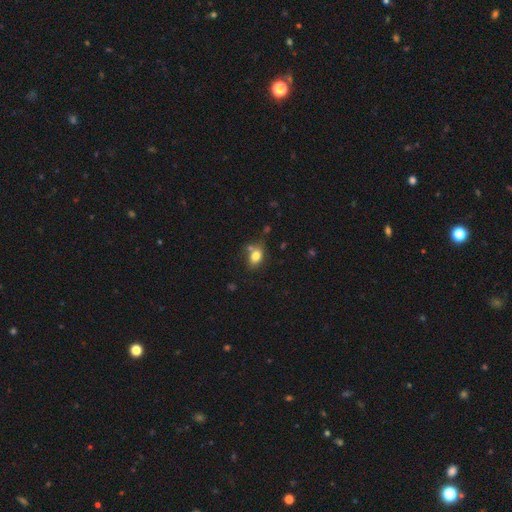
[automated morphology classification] Smooth or featured? Predicted: smooth (p=0.80). How rounded? Predicted: in between (p=0.77). Merging? Predicted: none (p=0.60).